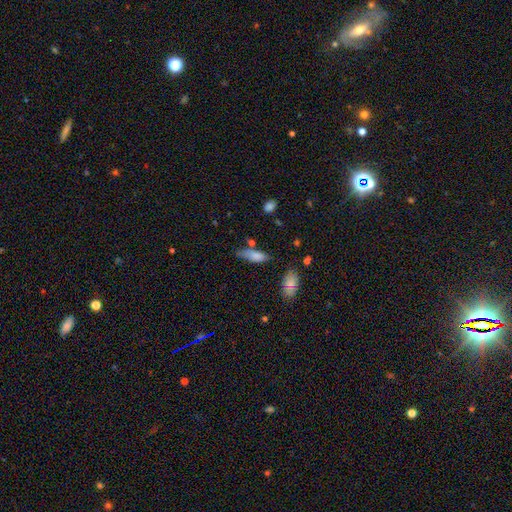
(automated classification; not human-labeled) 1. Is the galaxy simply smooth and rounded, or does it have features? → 79% smooth, 13% featured or disk, 8% star or artifact.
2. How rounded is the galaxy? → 60% in between, 38% cigar-shaped, 2% round.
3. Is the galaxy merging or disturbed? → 56% none, 28% minor disturbance, 8% merger, 7% major disturbance.